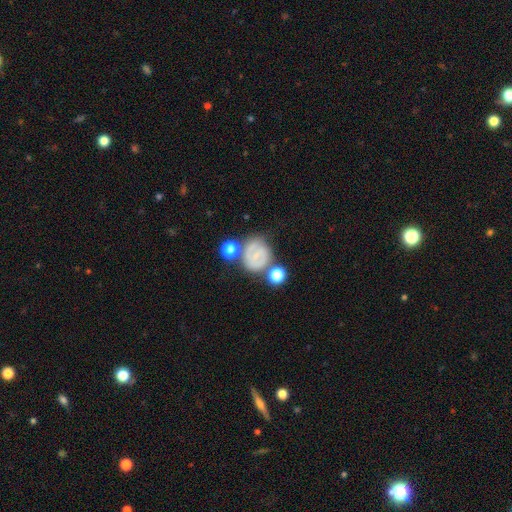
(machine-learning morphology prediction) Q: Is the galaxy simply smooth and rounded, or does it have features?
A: featured or disk — 58%.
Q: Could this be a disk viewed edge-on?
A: no — 97%.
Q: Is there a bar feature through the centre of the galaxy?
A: no — 57%.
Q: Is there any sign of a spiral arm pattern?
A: yes — 77%.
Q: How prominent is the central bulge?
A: small — 69%.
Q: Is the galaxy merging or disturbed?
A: none — 59%.